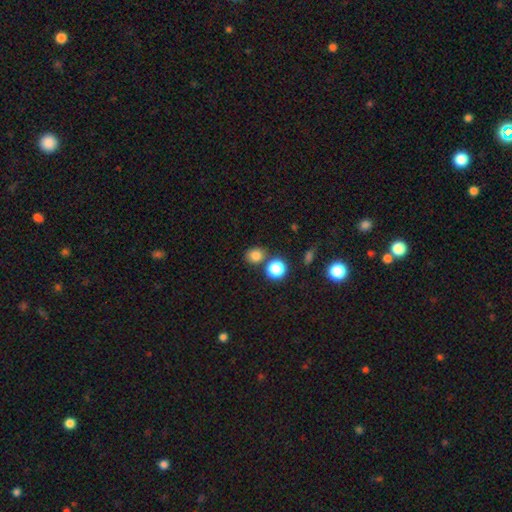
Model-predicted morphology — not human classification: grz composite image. It shows a smooth galaxy with no disk features (80%) that is round (75%). Merging: none (73%).